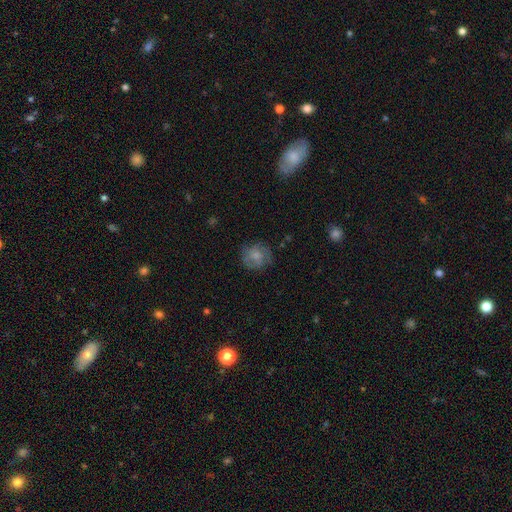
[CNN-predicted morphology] smooth-or-featured: smooth: 55% | featured or disk: 37% | star or artifact: 9%
  how-rounded: round: 84% | in between: 14% | cigar-shaped: 1%
  merging: none: 73% | minor disturbance: 18% | major disturbance: 8% | merger: 1%